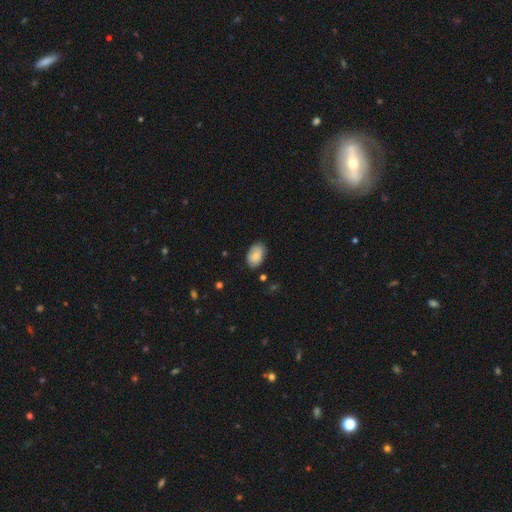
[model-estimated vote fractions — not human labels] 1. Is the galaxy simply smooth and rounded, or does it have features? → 82% smooth, 12% featured or disk, 7% star or artifact.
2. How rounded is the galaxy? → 91% in between, 8% round, 1% cigar-shaped.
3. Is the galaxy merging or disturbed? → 72% none, 22% minor disturbance, 4% major disturbance, 2% merger.